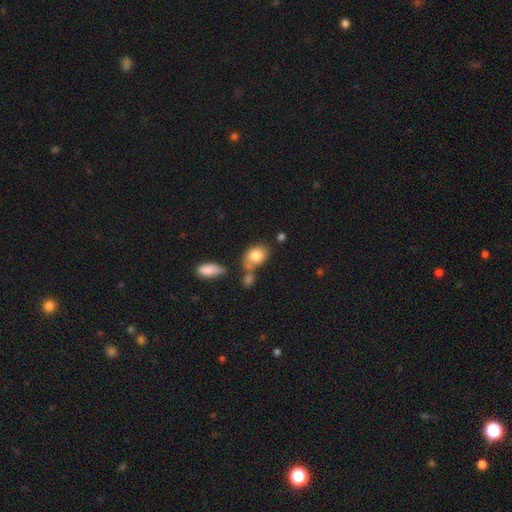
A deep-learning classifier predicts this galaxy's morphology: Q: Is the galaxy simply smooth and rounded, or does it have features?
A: smooth — 80%.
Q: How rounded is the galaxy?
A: in between — 75%.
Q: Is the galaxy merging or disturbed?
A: none — 50%.